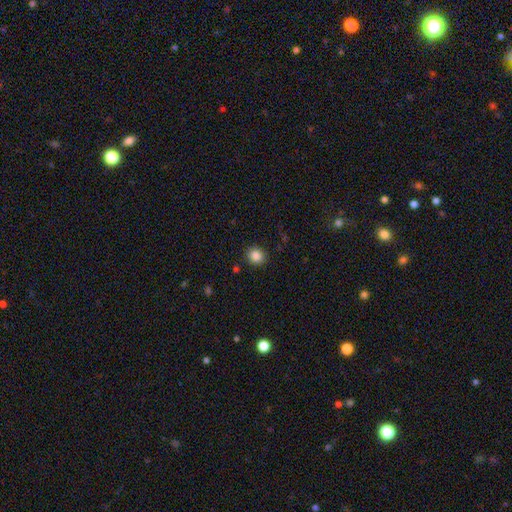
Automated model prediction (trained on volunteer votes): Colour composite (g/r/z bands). It shows a smooth galaxy with no disk features (87%) that is round (81%). Merging: none (89%).